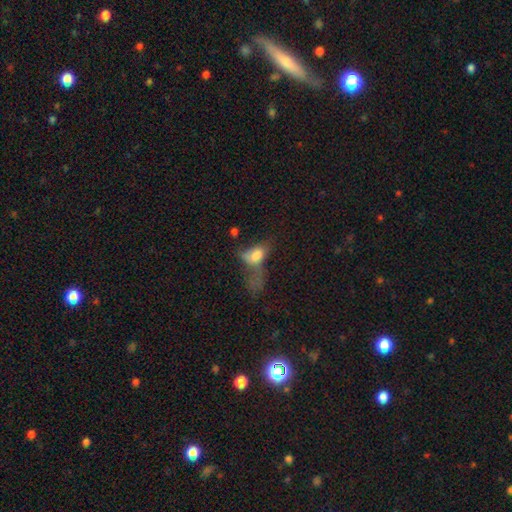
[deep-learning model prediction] This appears to be a smooth galaxy with no disk features (63%) that is in between round and cigar-shaped (81%). Merging: major disturbance (51%).